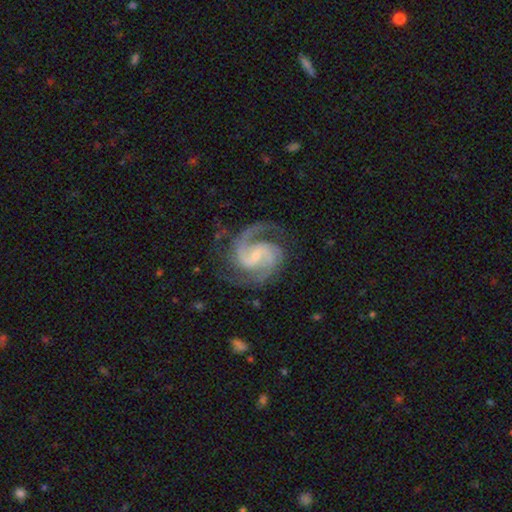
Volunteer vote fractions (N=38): smooth_or_featured: featured or disk (p=0.95) [alt: smooth p=0.03]
disk_edge_on: no (p=0.97) [alt: yes p=0.03]
bar: weak (p=0.51) [alt: no p=0.34]
has_spiral_arms: yes (p=1.00)
spiral_winding: medium (p=0.69) [alt: tight p=0.26]
spiral_arm_count: 2 (p=0.91) [alt: 1 p=0.03]
bulge_size: small (p=0.71) [alt: moderate p=0.14]
merging: none (p=0.68) [alt: minor disturbance p=0.22]